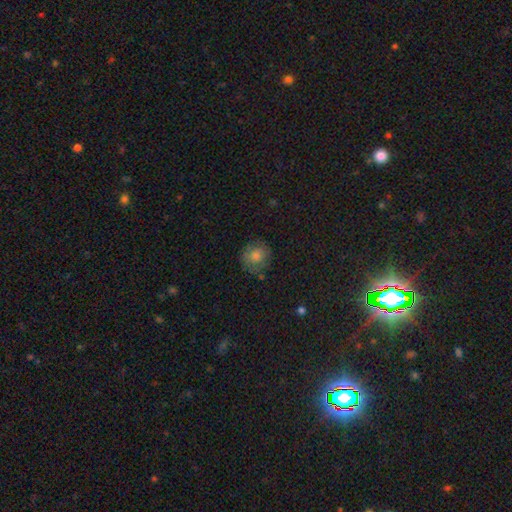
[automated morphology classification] Smooth or featured?
  - smooth: 70% *
  - featured or disk: 16%
  - star or artifact: 14%
How rounded?
  - round: 85% *
  - in between: 14%
  - cigar-shaped: 1%
Merging?
  - none: 76% *
  - minor disturbance: 17%
  - major disturbance: 5%
  - merger: 2%